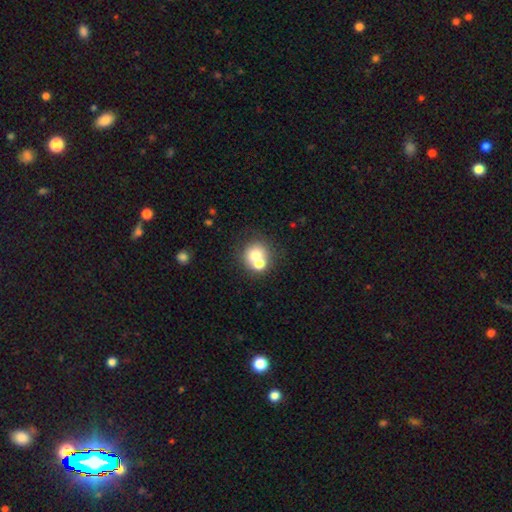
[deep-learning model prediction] Q: Smooth or featured?
A: smooth (69%); runner-up: featured or disk (19%)
Q: How rounded?
A: round (83%); runner-up: in between (16%)
Q: Merging?
A: merger (47%); runner-up: none (43%)